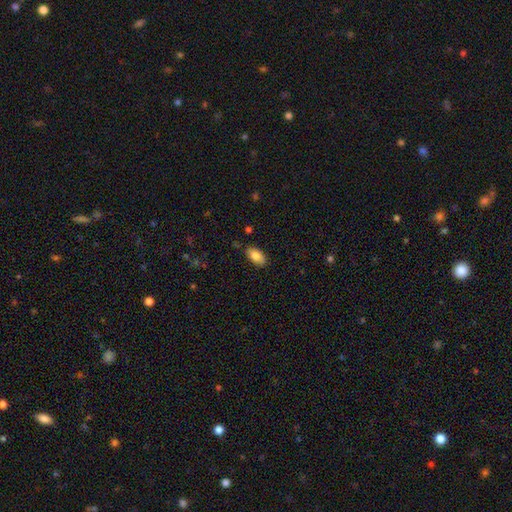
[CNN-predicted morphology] type=smooth (83%); roundness=in between (94%); merging=none (85%).